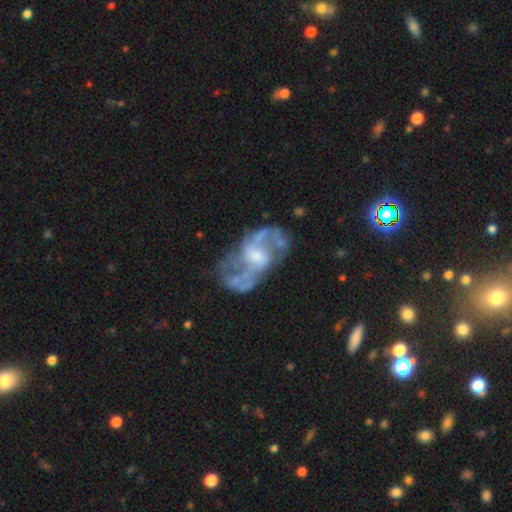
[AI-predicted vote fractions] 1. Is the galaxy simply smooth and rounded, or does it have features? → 82% featured or disk, 11% smooth, 7% star or artifact.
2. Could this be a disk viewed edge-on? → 97% no, 3% yes.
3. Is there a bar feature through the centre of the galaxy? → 46% weak, 41% no, 13% strong.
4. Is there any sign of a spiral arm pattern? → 79% yes, 21% no.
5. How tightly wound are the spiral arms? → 52% loose, 38% medium, 11% tight.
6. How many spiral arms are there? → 68% 2, 15% can't tell, 7% 3, 4% 1, 3% 4, 2% more than 4.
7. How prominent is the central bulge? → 44% moderate, 36% small, 12% none, 6% large, 1% dominant.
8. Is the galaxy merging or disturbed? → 51% none, 23% major disturbance, 20% minor disturbance, 7% merger.